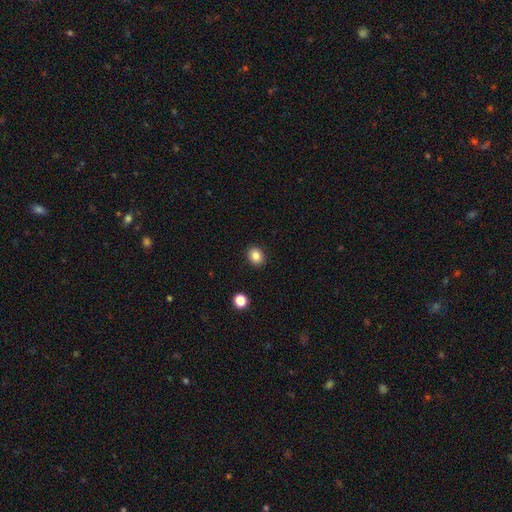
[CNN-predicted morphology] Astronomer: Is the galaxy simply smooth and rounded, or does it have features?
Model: smooth — 85%.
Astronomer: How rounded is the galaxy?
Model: round — 57% (runner-up: in between, 43%).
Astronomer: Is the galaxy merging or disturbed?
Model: none — 91%.